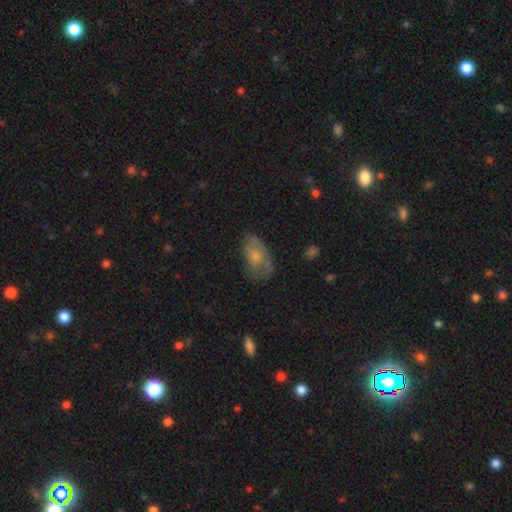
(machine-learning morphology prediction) smooth_or_featured: smooth (p=0.59) [alt: featured or disk p=0.32]
how_rounded: in between (p=0.91) [alt: round p=0.07]
merging: none (p=0.51) [alt: minor disturbance p=0.30]